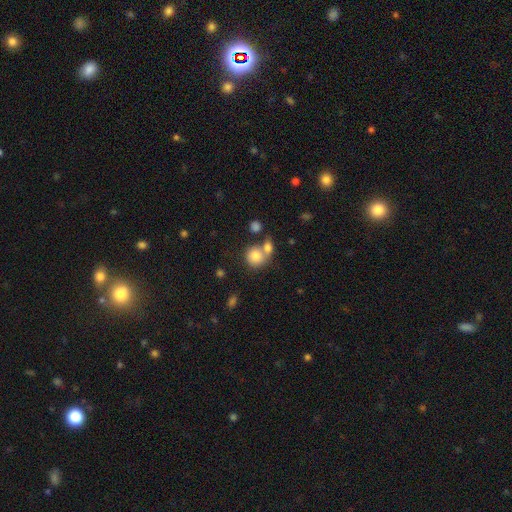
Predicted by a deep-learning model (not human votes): Overall: smooth (81%). How rounded: round (82%). Merging: merger (43%, tied with none).